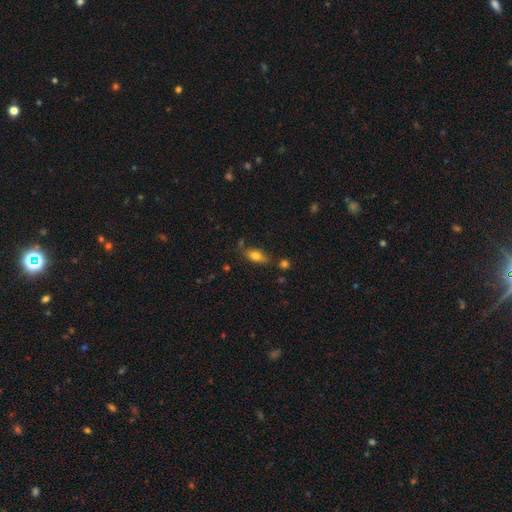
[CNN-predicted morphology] This is likely a smooth galaxy (73%). How rounded: clearly in between (82%). Merging: likely none (70%).